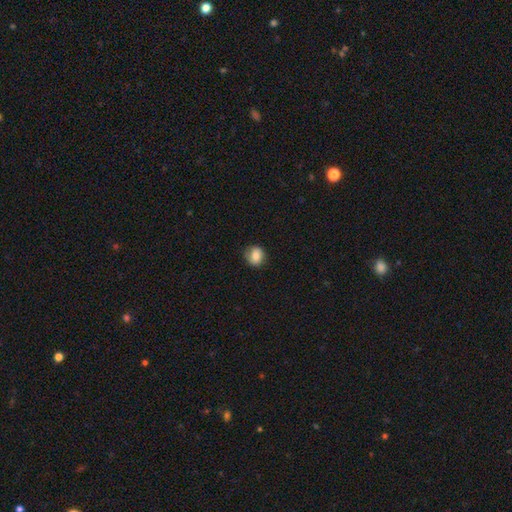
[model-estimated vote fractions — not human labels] Smooth or featured? smooth (79%)
How rounded? round (70%)
Merging? none (76%)